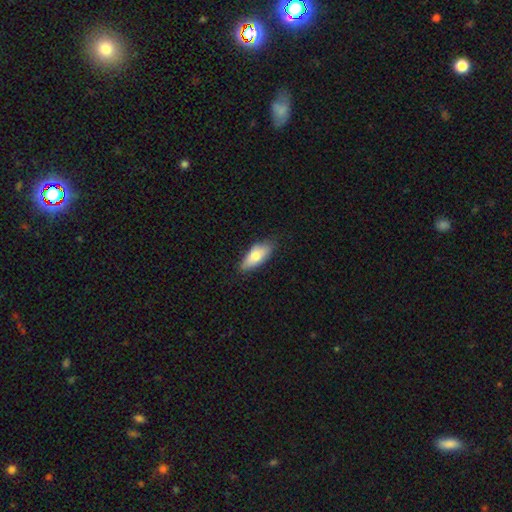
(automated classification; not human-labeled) Smooth or featured: smooth — 76% (featured or disk — 18%)
How rounded: in between — 81% (cigar-shaped — 17%)
Merging: none — 79% (minor disturbance — 17%)